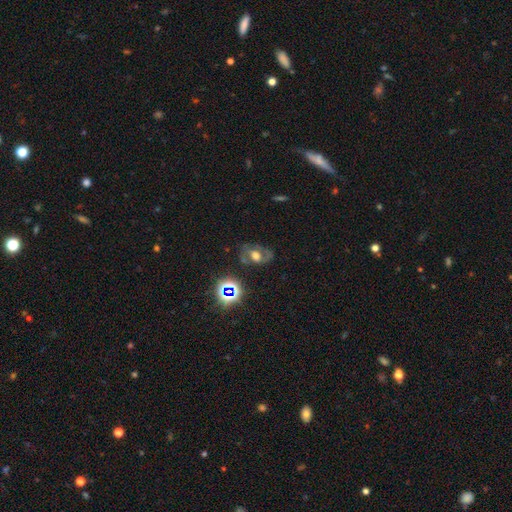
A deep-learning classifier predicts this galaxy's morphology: smooth-or-featured: featured or disk: 51% | smooth: 30% | star or artifact: 19%
  disk-edge-on: no: 94% | yes: 6%
  merging: none: 60% | minor disturbance: 22% | major disturbance: 14% | merger: 4%